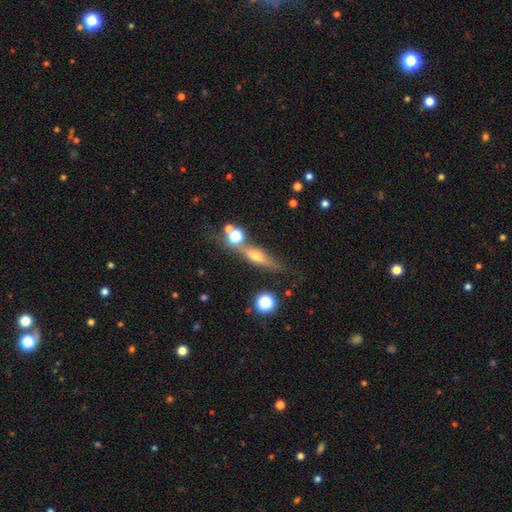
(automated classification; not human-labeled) Smooth or featured?
  - featured or disk: 52% *
  - smooth: 35%
  - star or artifact: 13%
Edge-on disk?
  - yes: 85% *
  - no: 15%
Merging?
  - none: 64% *
  - merger: 15%
  - minor disturbance: 15%
  - major disturbance: 7%